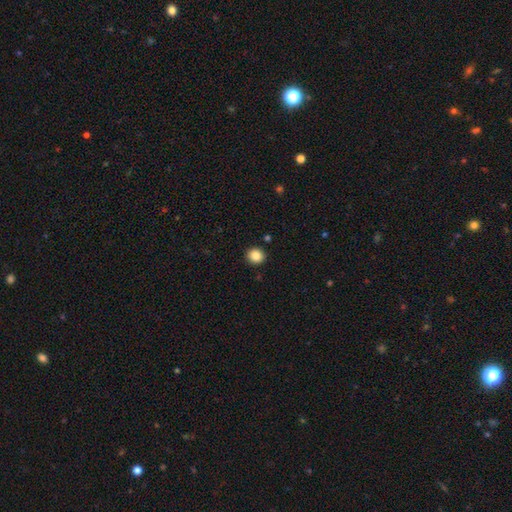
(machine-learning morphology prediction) Overall: smooth (86%). How rounded: round (88%). Merging: none (91%).